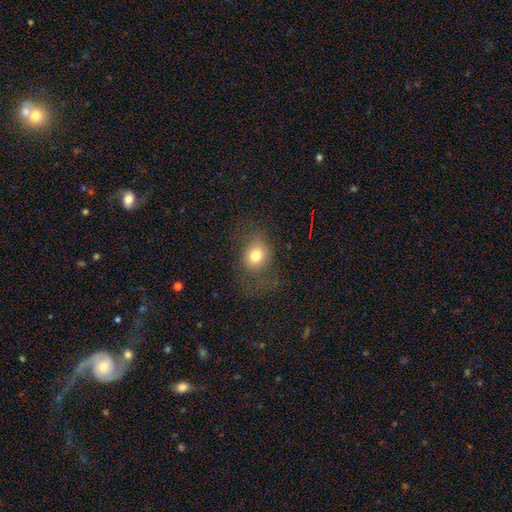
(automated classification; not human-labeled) Overall: smooth (76%). How rounded: round (62%; in between 37%). Merging: none (57%; major disturbance 21%).